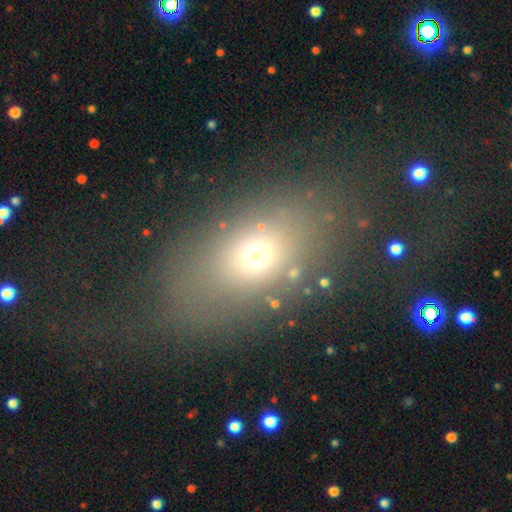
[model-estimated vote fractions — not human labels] smooth 65%, star or artifact 19%, featured or disk 16%. Down the decision tree: how rounded — in between (67%); merging — none (62%).